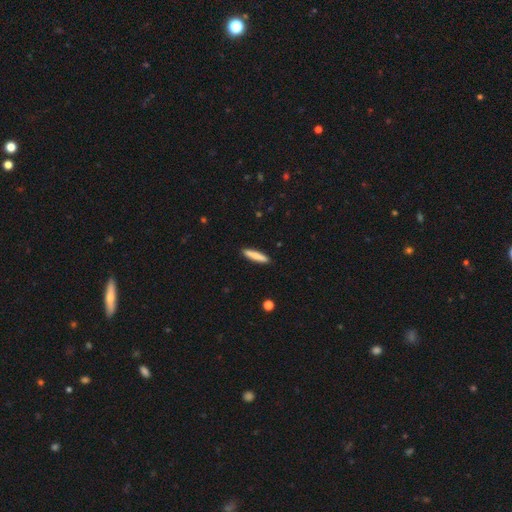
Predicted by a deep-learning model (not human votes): This appears to be a smooth galaxy with no disk features (80%) that is cigar-shaped (89%). Merging: none (90%).